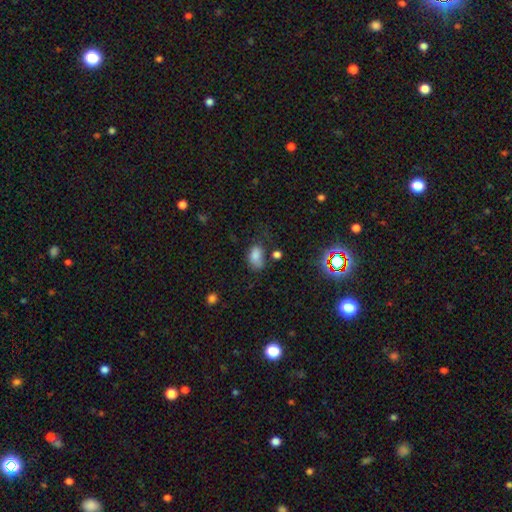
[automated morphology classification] This appears to be a smooth galaxy with no disk features (78%) that is in between round and cigar-shaped (86%). Merging: none (43%).